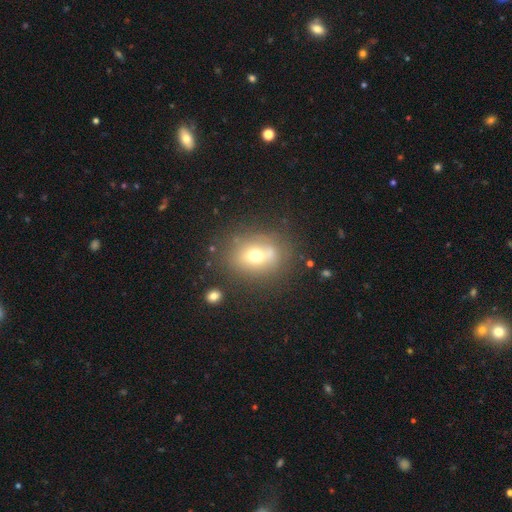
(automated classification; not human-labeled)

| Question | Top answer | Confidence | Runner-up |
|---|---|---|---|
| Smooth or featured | smooth | 60% | featured or disk (25%) |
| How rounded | round | 56% | in between (43%) |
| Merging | none | 65% | minor disturbance (17%) |